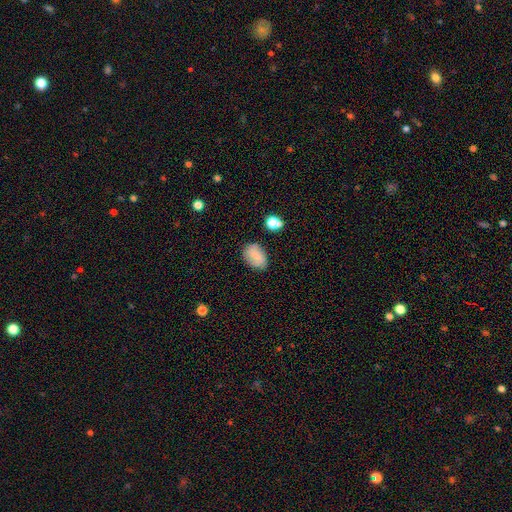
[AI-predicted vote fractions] A smooth galaxy with no disk features (71%) that is in between round and cigar-shaped (77%).

Vote fractions:
- Smooth or featured? smooth: 71% / featured or disk: 20% / star or artifact: 10%
- How rounded? in between: 77% / round: 21% / cigar-shaped: 1%
- Merging? none: 76% / minor disturbance: 17% / major disturbance: 4% / merger: 3%